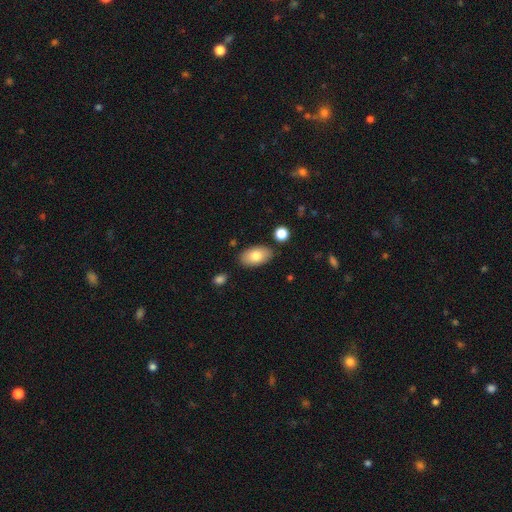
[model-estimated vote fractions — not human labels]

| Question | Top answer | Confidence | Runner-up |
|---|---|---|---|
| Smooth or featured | smooth | 79% | featured or disk (14%) |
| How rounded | in between | 94% | round (5%) |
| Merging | none | 84% | minor disturbance (11%) |